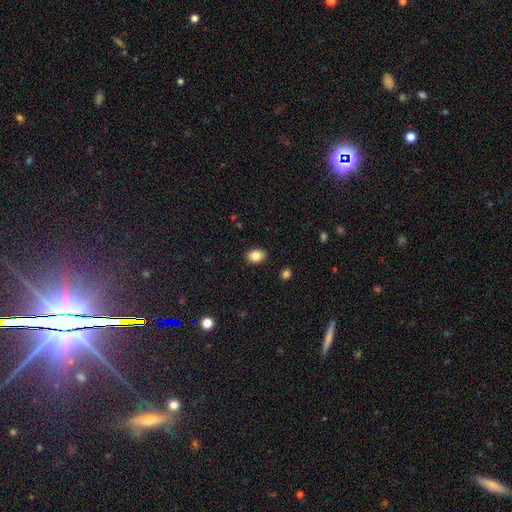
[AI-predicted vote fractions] smooth-or-featured: smooth: 86% | star or artifact: 8% | featured or disk: 6%
  how-rounded: in between: 74% | round: 25% | cigar-shaped: 1%
  merging: none: 90% | minor disturbance: 7% | major disturbance: 2% | merger: 1%